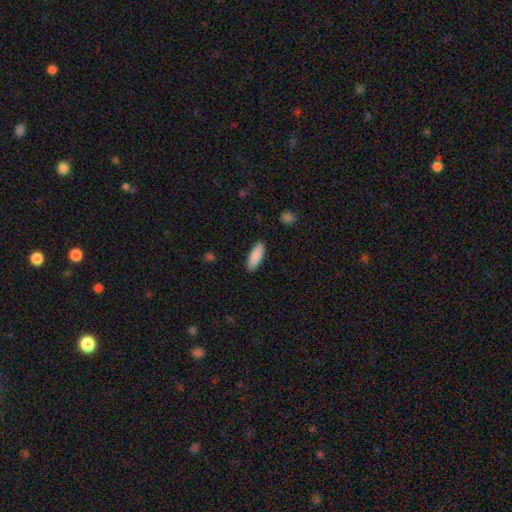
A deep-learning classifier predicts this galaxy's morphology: The model was most divided on "how rounded": in between: 65%, cigar-shaped: 33%, round: 2%. More confident: smooth or featured — smooth (89%); merging — none (89%).